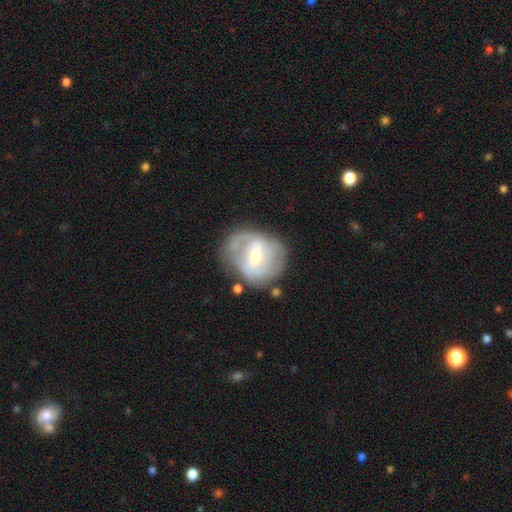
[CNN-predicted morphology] Smooth or featured? Predicted: featured or disk (p=0.67). Edge-on disk? Predicted: no (p=0.96). Bar? Predicted: weak (p=0.44). Spiral arms? Predicted: yes (p=0.62). Bulge size? Predicted: moderate (p=0.49). Merging? Predicted: none (p=0.60).